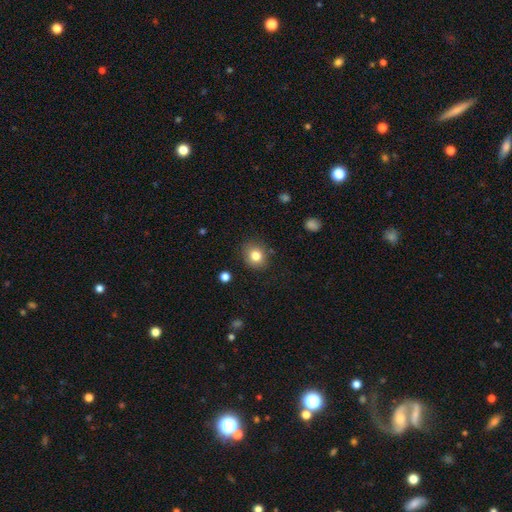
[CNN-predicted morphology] smooth_or_featured: smooth (p=0.81) [alt: star or artifact p=0.11]
how_rounded: round (p=0.74) [alt: in between p=0.26]
merging: none (p=0.84) [alt: minor disturbance p=0.11]